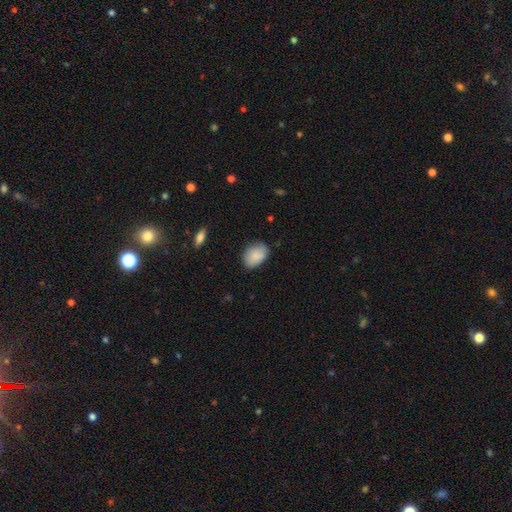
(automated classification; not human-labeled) smooth-or-featured: smooth: 87% | star or artifact: 7% | featured or disk: 6%
  how-rounded: in between: 82% | round: 17% | cigar-shaped: 1%
  merging: none: 76% | minor disturbance: 20% | major disturbance: 3% | merger: 1%